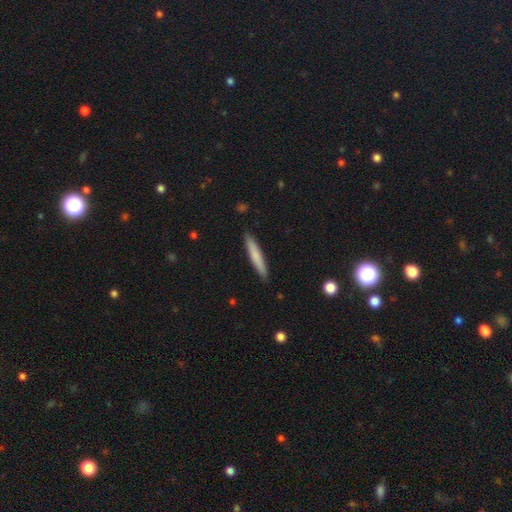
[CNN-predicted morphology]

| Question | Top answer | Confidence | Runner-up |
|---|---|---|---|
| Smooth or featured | smooth | 73% | featured or disk (22%) |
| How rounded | cigar-shaped | 94% | in between (5%) |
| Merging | none | 90% | minor disturbance (8%) |